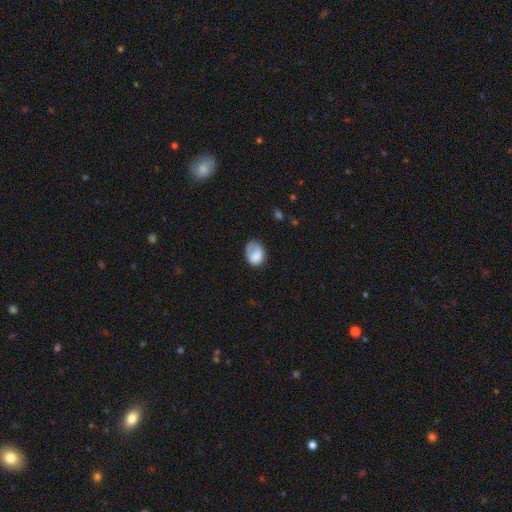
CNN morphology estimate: type=smooth (78%); roundness=in between (68%); merging=none (45%).